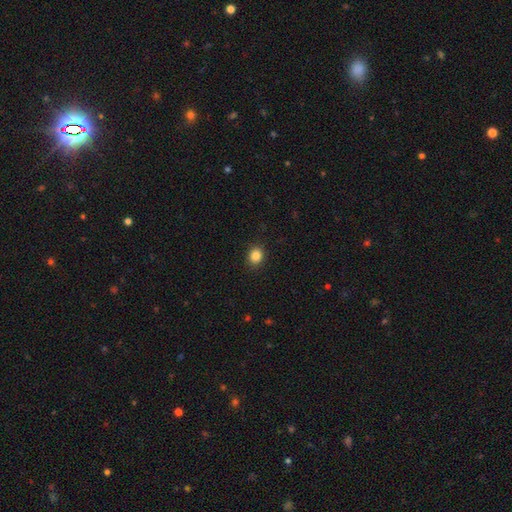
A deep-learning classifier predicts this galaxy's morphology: Q: Smooth or featured?
A: smooth (86%); runner-up: star or artifact (11%)
Q: How rounded?
A: round (70%); runner-up: in between (29%)
Q: Merging?
A: none (90%); runner-up: minor disturbance (7%)